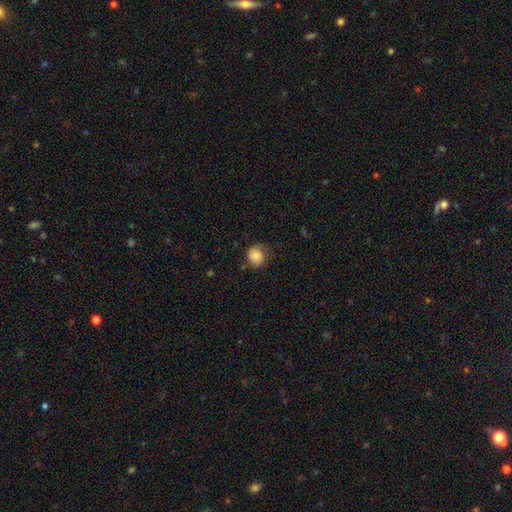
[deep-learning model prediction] This is clearly a smooth galaxy (81%). How rounded: likely round (78%). Merging: likely none (64%).